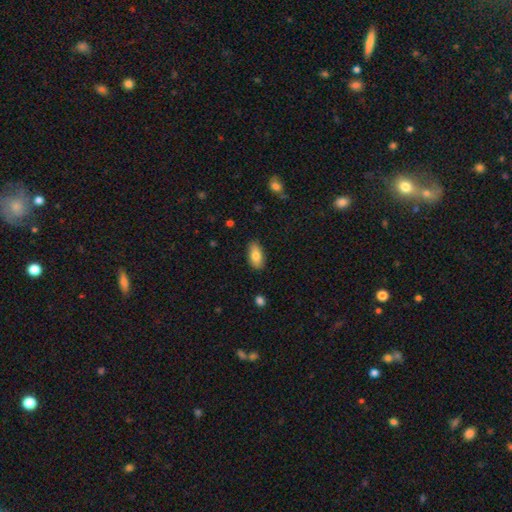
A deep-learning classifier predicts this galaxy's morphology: smooth-or-featured: smooth: 79% | featured or disk: 14% | star or artifact: 7%
  how-rounded: in between: 90% | cigar-shaped: 7% | round: 3%
  merging: none: 86% | minor disturbance: 11% | major disturbance: 2% | merger: 1%